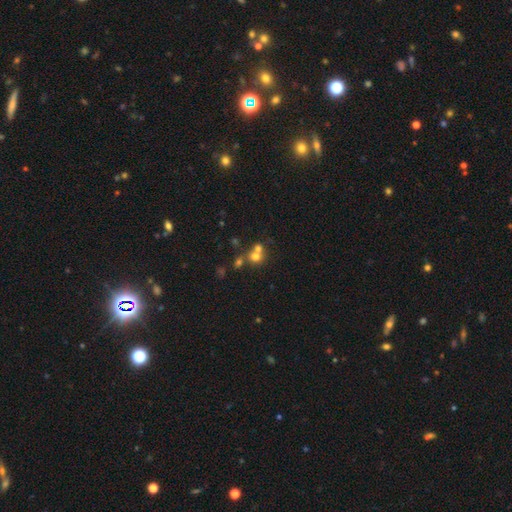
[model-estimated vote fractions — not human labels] A smooth galaxy with no disk features (65%) that is round (82%).

Vote fractions:
- Smooth or featured? smooth: 65% / star or artifact: 18% / featured or disk: 17%
- How rounded? round: 82% / in between: 17% / cigar-shaped: 1%
- Merging? merger: 51% / none: 39% / minor disturbance: 6% / major disturbance: 4%